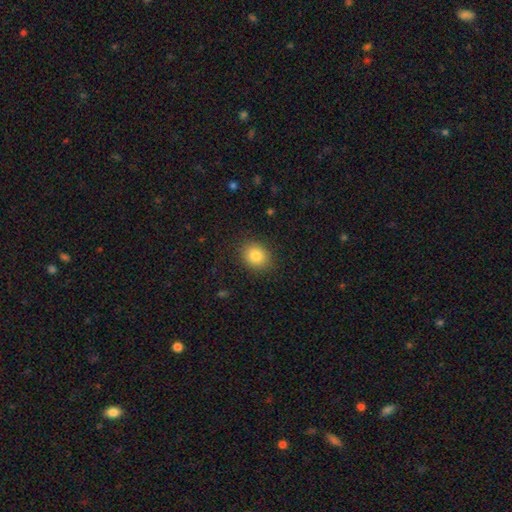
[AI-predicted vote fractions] smooth_or_featured: smooth (p=0.85) [alt: star or artifact p=0.09]
how_rounded: round (p=0.62) [alt: in between p=0.37]
merging: none (p=0.88) [alt: minor disturbance p=0.08]